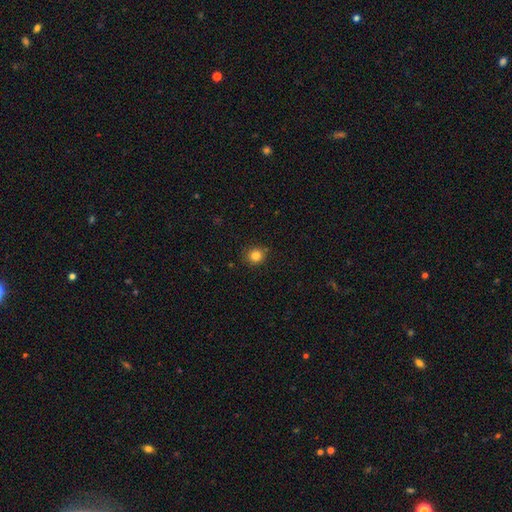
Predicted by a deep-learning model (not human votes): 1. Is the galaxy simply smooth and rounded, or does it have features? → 84% smooth, 12% star or artifact, 5% featured or disk.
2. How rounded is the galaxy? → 90% round, 9% in between, 1% cigar-shaped.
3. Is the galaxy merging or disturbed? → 86% none, 10% minor disturbance, 2% major disturbance, 2% merger.